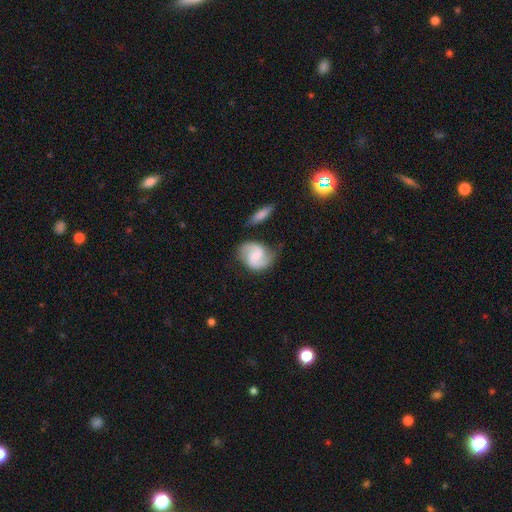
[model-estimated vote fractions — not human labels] A featured or disk galaxy (78%) with a weak bar (47%), 2 (91%) medium (53%) spiral arms (96%) and a small central bulge (45%). Merging: none (72%).